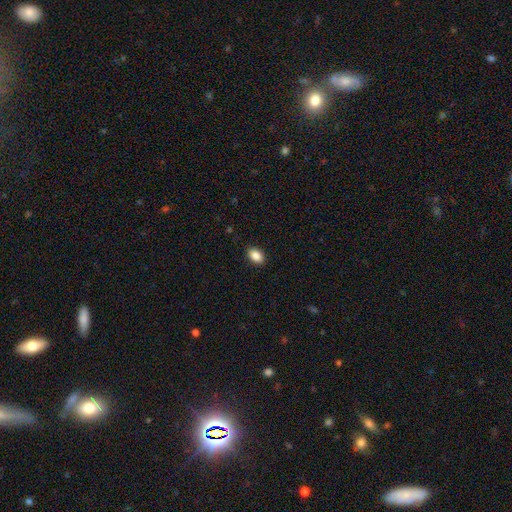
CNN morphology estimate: A smooth galaxy with no disk features (88%) that is in between round and cigar-shaped (85%). Merging: none (89%).